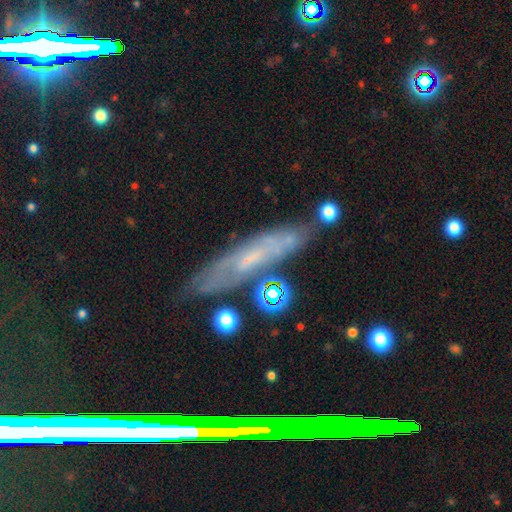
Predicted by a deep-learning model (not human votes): Smooth or featured? featured or disk (51%)
Edge-on disk? yes (51%)
Merging? none (74%)